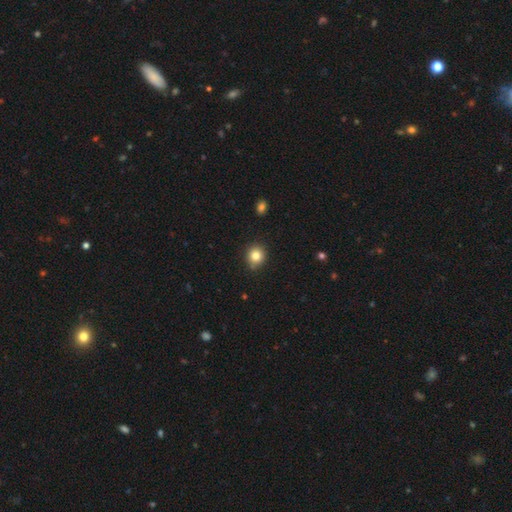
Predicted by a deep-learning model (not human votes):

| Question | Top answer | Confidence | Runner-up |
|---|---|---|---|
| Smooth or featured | smooth | 82% | star or artifact (11%) |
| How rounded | round | 82% | in between (17%) |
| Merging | none | 83% | minor disturbance (13%) |